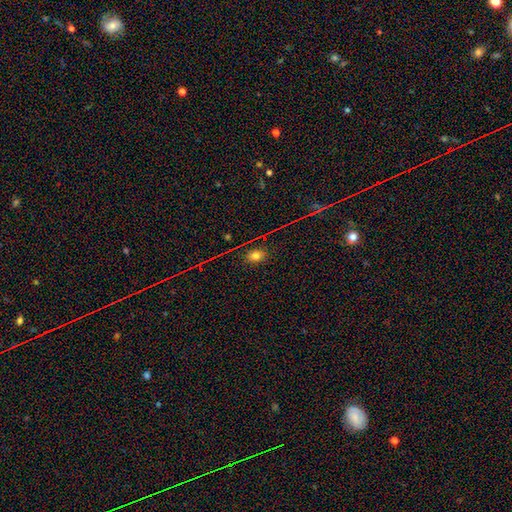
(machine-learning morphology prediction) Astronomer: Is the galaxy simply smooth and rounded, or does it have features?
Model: smooth — 72%.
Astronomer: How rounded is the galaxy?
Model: in between — 68%.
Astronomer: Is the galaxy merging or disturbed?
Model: none — 83%.